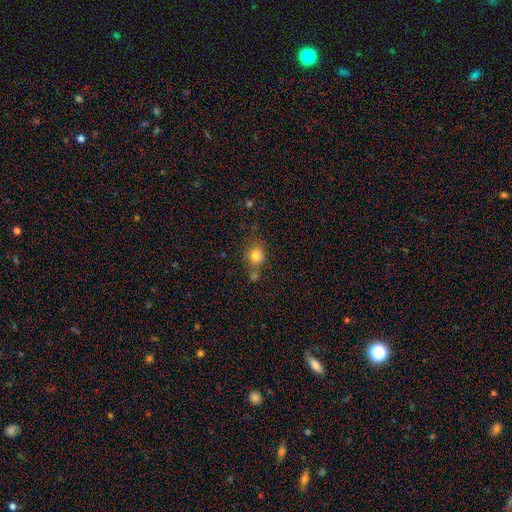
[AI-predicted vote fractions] Overall: smooth (81%). How rounded: round (78%). Merging: none (63%).